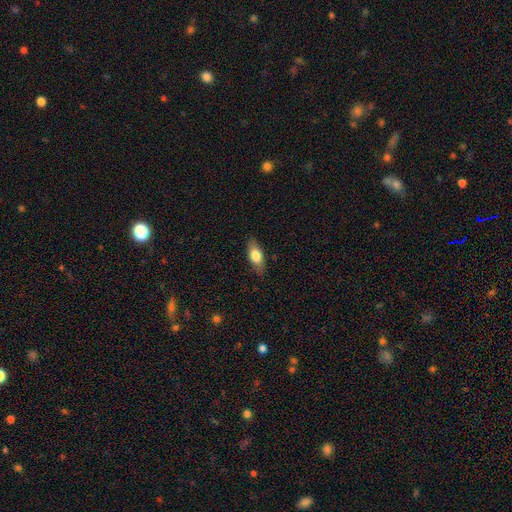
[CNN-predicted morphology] This is likely a smooth galaxy (74%). How rounded: likely in between (79%). Merging: clearly none (84%).